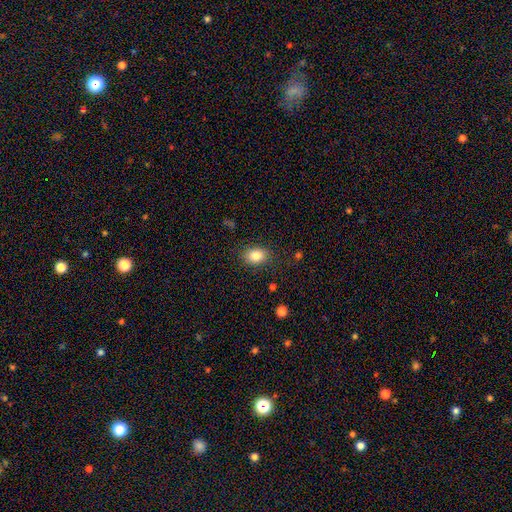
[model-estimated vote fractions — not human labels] This is clearly a smooth galaxy (84%). How rounded: likely in between (68%). Merging: clearly none (85%).